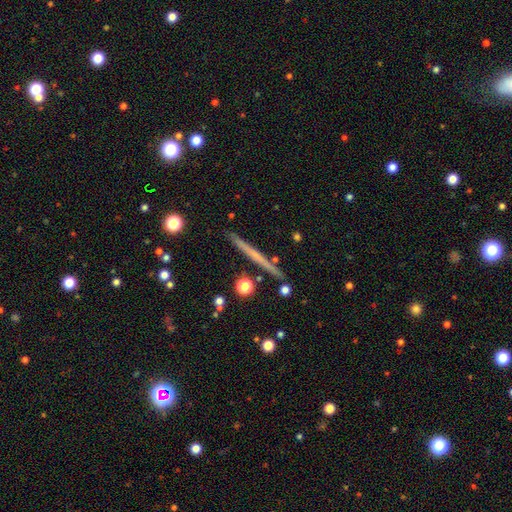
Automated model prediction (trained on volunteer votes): smooth_or_featured: featured or disk (p=0.54) [alt: smooth p=0.39]
disk_edge_on: yes (p=0.97) [alt: no p=0.03]
edge_on_bulge: none (p=0.89) [alt: rounded p=0.08]
merging: none (p=0.91) [alt: minor disturbance p=0.06]